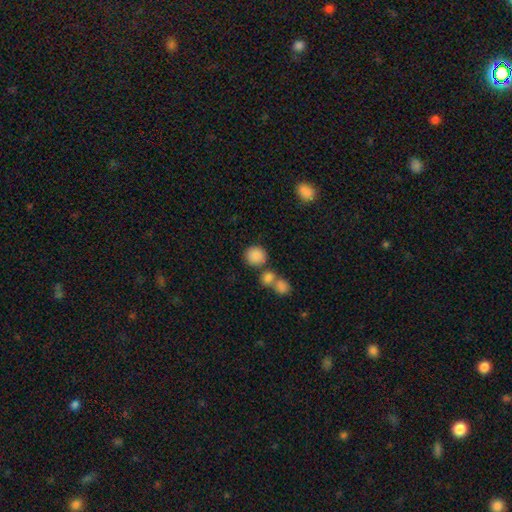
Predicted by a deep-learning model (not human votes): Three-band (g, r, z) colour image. It shows a smooth galaxy with no disk features (85%) that is round (88%). Merging: none (62%).